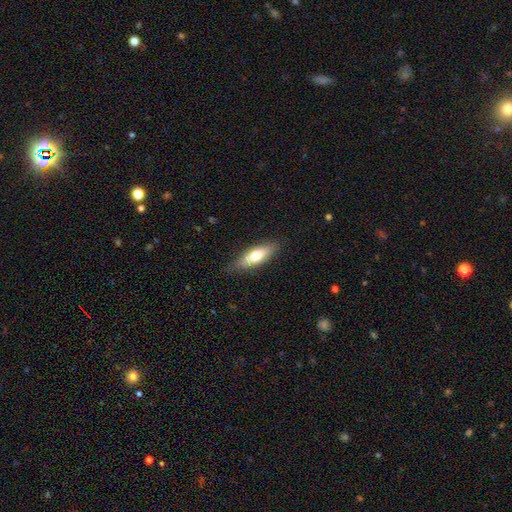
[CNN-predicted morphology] A smooth galaxy with no disk features (66%) that is cigar-shaped (50%).

Vote fractions:
- Smooth or featured? smooth: 66% / featured or disk: 28% / star or artifact: 6%
- How rounded? cigar-shaped: 50% / in between: 48% / round: 2%
- Merging? none: 82% / minor disturbance: 14% / major disturbance: 3% / merger: 1%